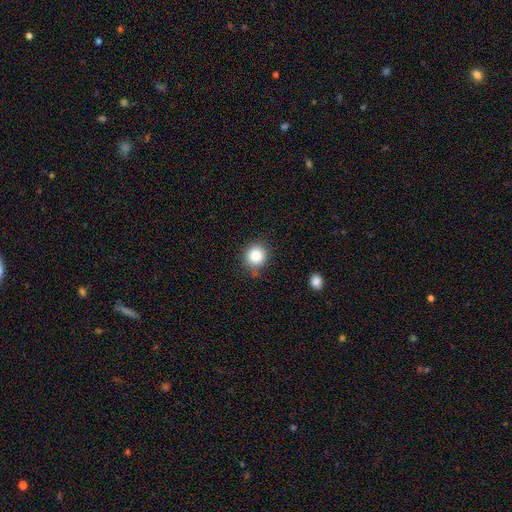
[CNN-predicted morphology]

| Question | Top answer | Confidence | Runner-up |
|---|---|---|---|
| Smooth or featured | smooth | 86% | star or artifact (10%) |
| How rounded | round | 89% | in between (10%) |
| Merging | none | 79% | minor disturbance (15%) |